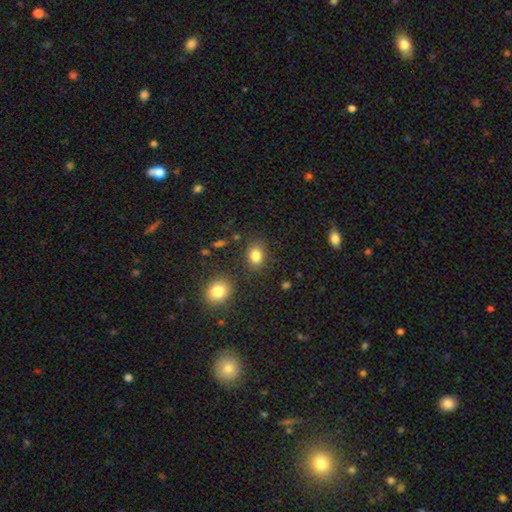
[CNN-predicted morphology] This is clearly a smooth galaxy (83%). How rounded: likely in between (66%). Merging: clearly none (80%).